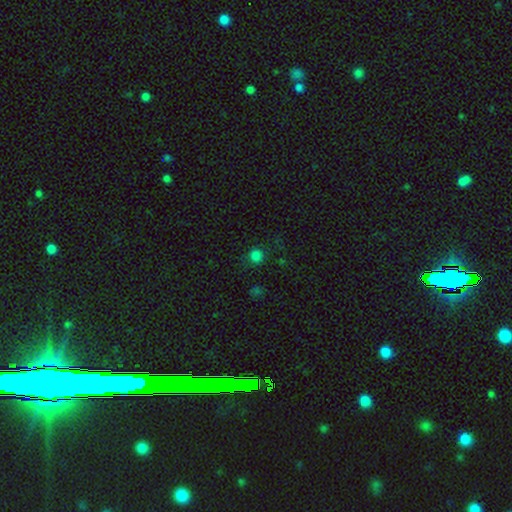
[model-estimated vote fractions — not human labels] This is likely a smooth galaxy (79%). How rounded: clearly round (90%). Merging: clearly none (84%).